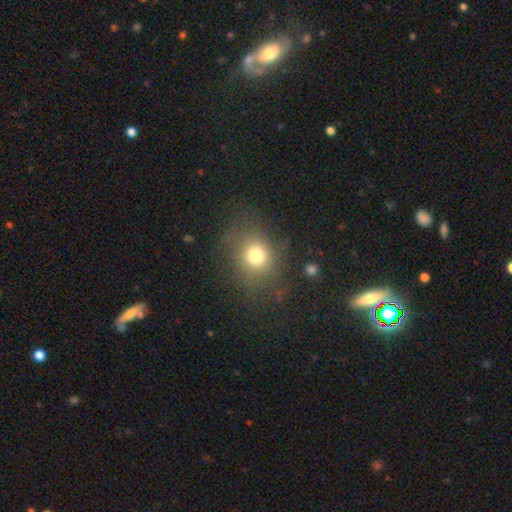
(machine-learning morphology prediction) smooth 73%, star or artifact 15%, featured or disk 11%. Down the decision tree: how rounded — round (67%); merging — none (73%).